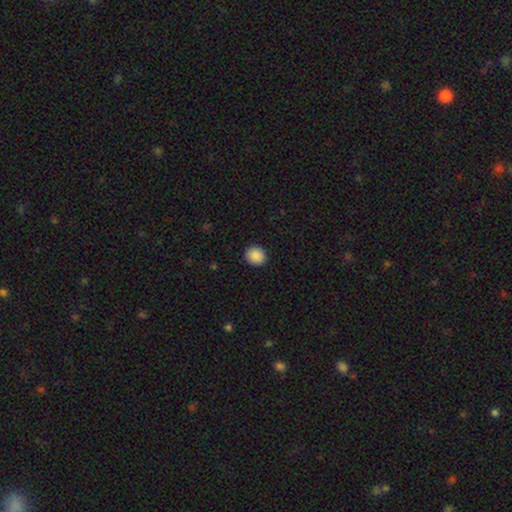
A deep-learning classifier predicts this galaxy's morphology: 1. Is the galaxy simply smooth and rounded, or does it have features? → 89% smooth, 8% star or artifact, 3% featured or disk.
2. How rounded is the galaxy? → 81% round, 18% in between, 1% cigar-shaped.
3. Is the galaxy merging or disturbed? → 92% none, 5% minor disturbance, 2% major disturbance, 1% merger.